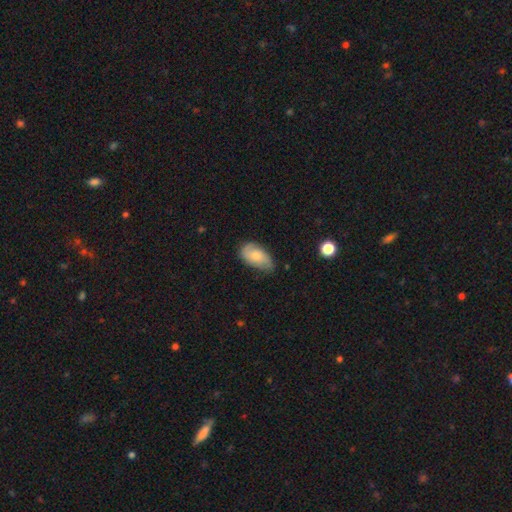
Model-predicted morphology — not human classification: A smooth galaxy with no disk features (60%) that is in between round and cigar-shaped (93%). Merging: none (61%).